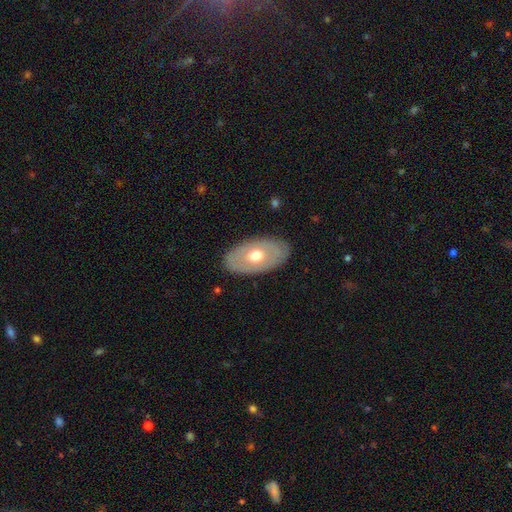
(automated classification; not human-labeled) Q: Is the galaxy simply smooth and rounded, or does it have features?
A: smooth — 50%.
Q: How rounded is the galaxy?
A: in between — 91%.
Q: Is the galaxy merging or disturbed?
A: none — 85%.